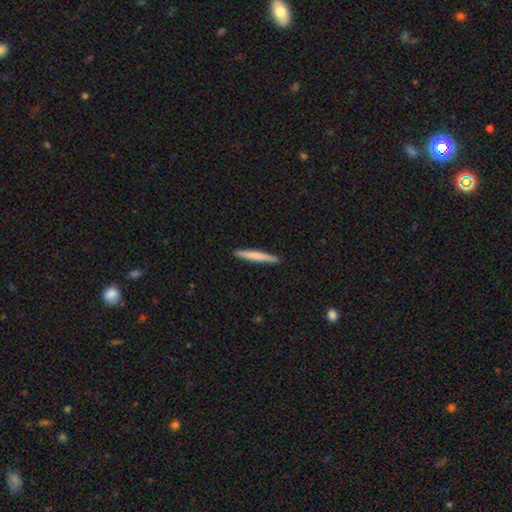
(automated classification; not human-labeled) The model was most divided on "smooth or featured": smooth: 69%, featured or disk: 26%, star or artifact: 5%. More confident: how rounded — cigar-shaped (96%); merging — none (92%).